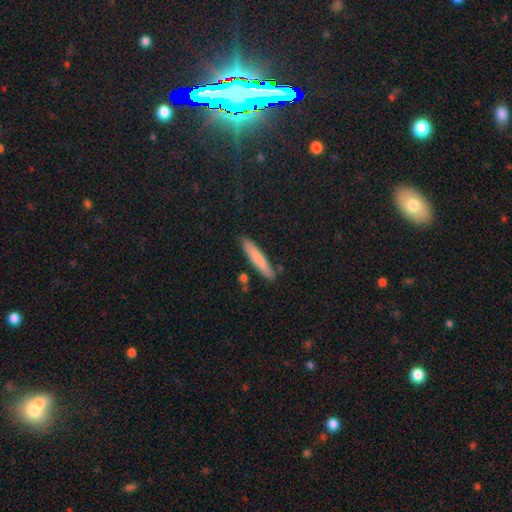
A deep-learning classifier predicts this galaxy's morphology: A smooth galaxy with no disk features (76%) that is cigar-shaped (93%). Merging: none (86%).